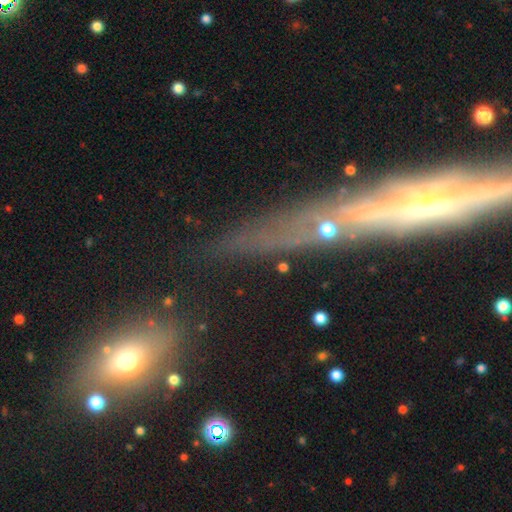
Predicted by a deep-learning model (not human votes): A featured or disk galaxy (43%).

Vote fractions:
- Smooth or featured? featured or disk: 43% / smooth: 32% / star or artifact: 25%
- Merging? none: 69% / minor disturbance: 15% / major disturbance: 9% / merger: 7%